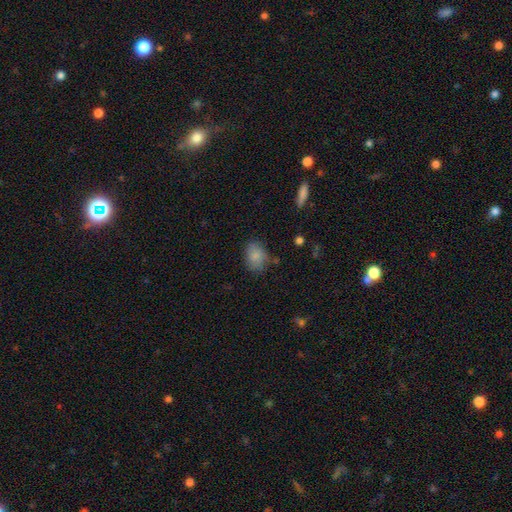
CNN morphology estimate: The model was most divided on "how rounded": in between: 71%, round: 28%, cigar-shaped: 1%. More confident: smooth or featured — smooth (83%); merging — none (72%).